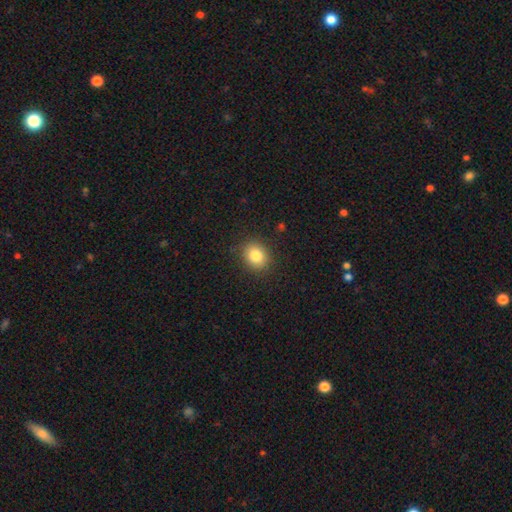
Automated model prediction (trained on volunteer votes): A smooth galaxy with no disk features (83%) that is round (64%). Merging: none (88%).